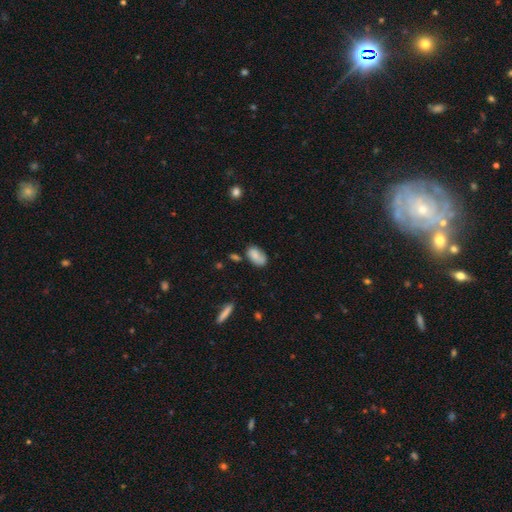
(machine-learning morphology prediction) Smooth or featured? Predicted: smooth (p=0.79). How rounded? Predicted: in between (p=0.92). Merging? Predicted: none (p=0.59).